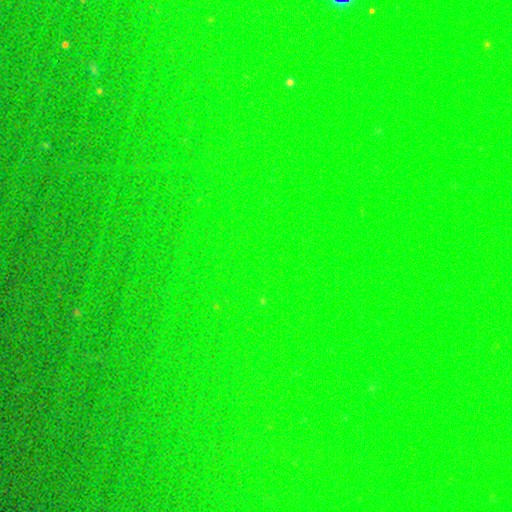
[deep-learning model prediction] A star or artifact, not a galaxy (77%).

Vote fractions:
- Smooth or featured? star or artifact: 77% / smooth: 14% / featured or disk: 9%